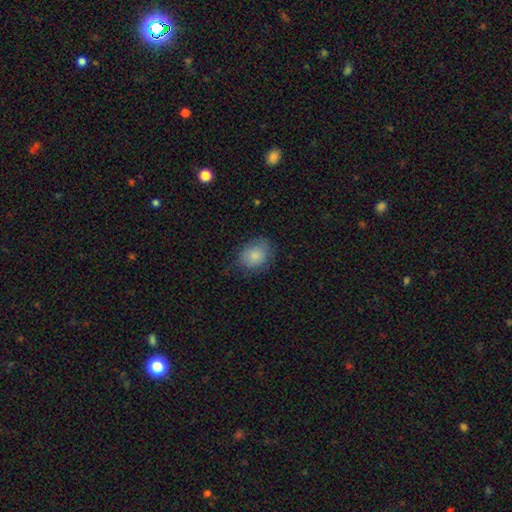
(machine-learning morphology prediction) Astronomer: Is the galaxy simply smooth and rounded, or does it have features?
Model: smooth — 84%.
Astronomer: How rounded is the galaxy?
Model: in between — 55% (runner-up: round, 45%).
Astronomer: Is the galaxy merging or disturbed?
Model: none — 74%.